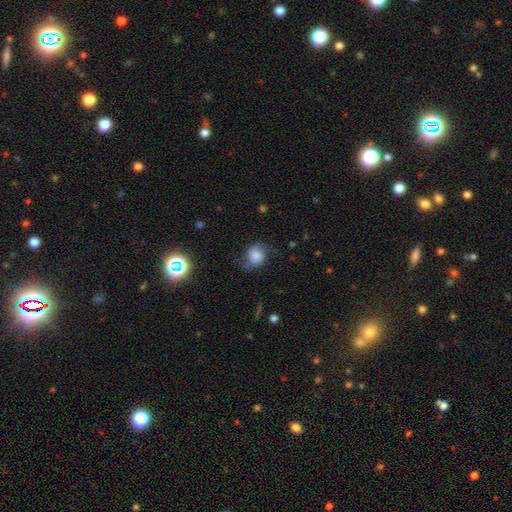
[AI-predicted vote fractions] Smooth or featured?
  - smooth: 62% *
  - featured or disk: 26%
  - star or artifact: 12%
How rounded?
  - round: 64% *
  - in between: 34%
  - cigar-shaped: 1%
Merging?
  - none: 61% *
  - minor disturbance: 25%
  - major disturbance: 13%
  - merger: 2%